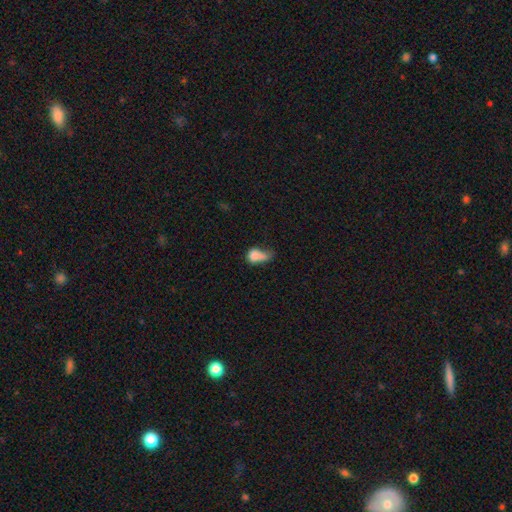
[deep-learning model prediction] Smooth or featured? Predicted: smooth (p=0.73). How rounded? Predicted: in between (p=0.76). Merging? Predicted: major disturbance (p=0.35).